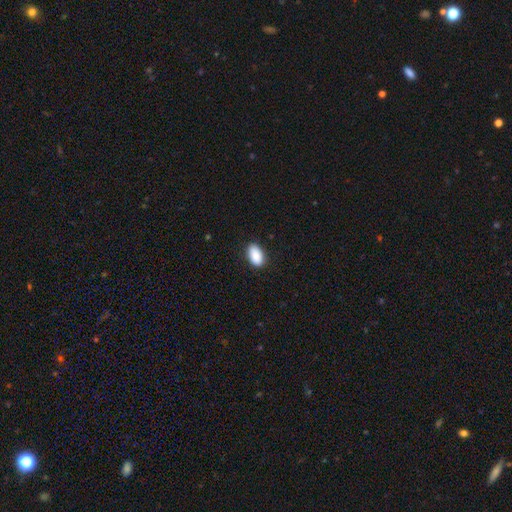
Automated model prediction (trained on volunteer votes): Smooth or featured: smooth — 89% (star or artifact — 7%)
How rounded: in between — 93% (round — 5%)
Merging: none — 85% (minor disturbance — 12%)